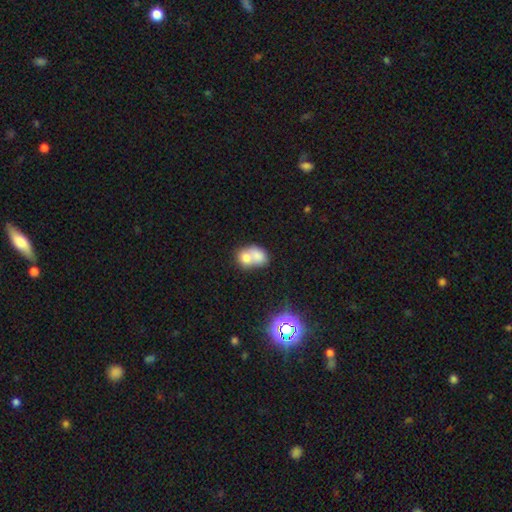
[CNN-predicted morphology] A smooth galaxy with no disk features (70%) that is in between round and cigar-shaped (57%).

Vote fractions:
- Smooth or featured? smooth: 70% / featured or disk: 20% / star or artifact: 10%
- How rounded? in between: 57% / round: 42% / cigar-shaped: 1%
- Merging? merger: 72% / none: 18% / minor disturbance: 6% / major disturbance: 3%